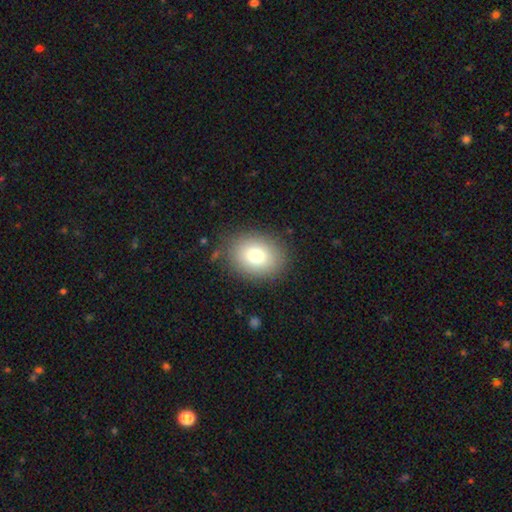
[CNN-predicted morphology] Smooth or featured? Predicted: smooth (p=0.78). How rounded? Predicted: round (p=0.51). Merging? Predicted: none (p=0.86).